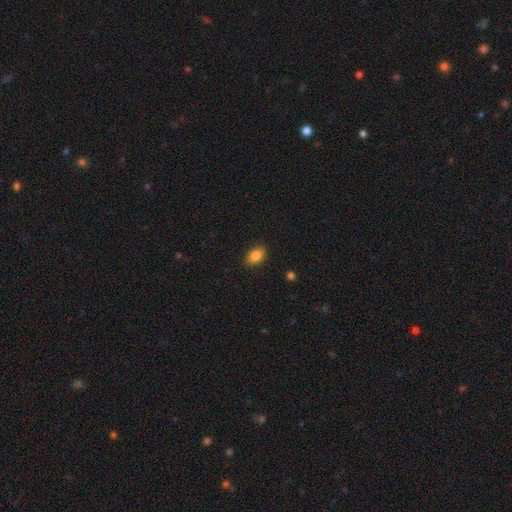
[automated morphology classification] This is clearly a smooth galaxy (85%). How rounded: clearly in between (85%). Merging: clearly none (88%).